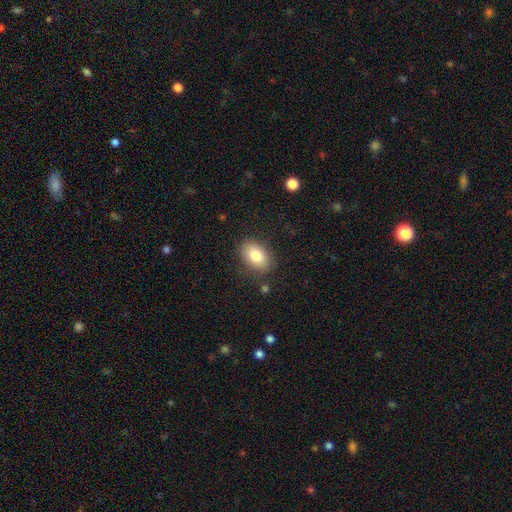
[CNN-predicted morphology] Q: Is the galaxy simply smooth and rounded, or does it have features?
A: smooth — 81%.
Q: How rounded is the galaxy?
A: in between — 87%.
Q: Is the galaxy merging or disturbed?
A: none — 84%.